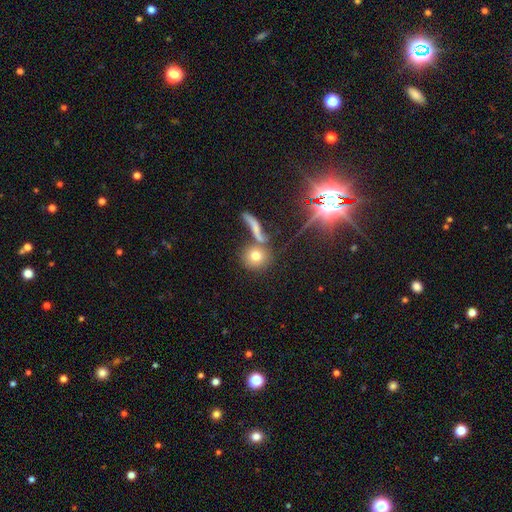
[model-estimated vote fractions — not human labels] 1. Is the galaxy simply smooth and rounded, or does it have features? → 72% smooth, 14% star or artifact, 14% featured or disk.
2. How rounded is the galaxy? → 85% round, 12% in between, 3% cigar-shaped.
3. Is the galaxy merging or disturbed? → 64% none, 20% merger, 10% minor disturbance, 6% major disturbance.